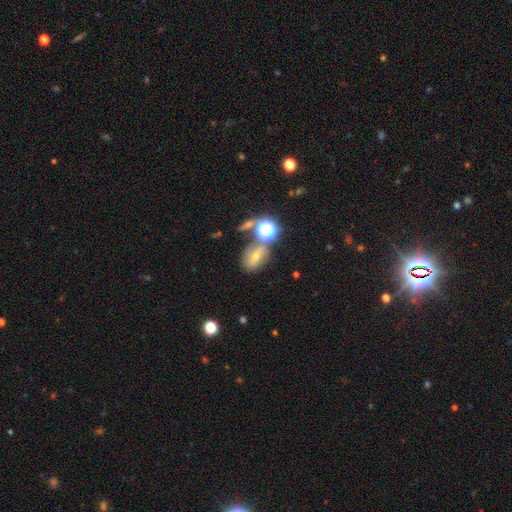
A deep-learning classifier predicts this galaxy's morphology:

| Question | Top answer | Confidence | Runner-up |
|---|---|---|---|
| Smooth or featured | smooth | 42% | star or artifact (33%) |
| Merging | none | 56% | merger (20%) |